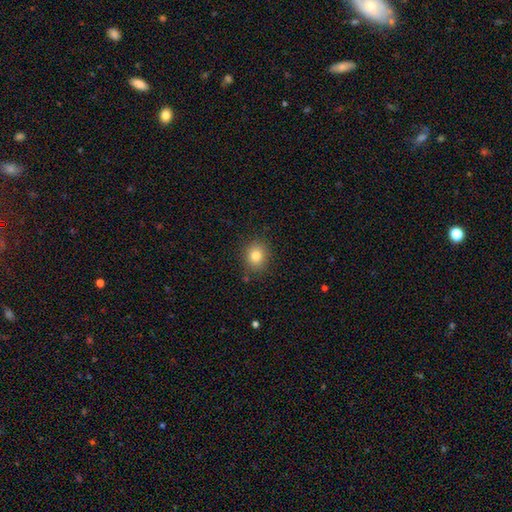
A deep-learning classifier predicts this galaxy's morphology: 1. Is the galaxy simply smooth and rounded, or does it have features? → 81% smooth, 11% star or artifact, 7% featured or disk.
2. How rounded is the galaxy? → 74% round, 25% in between, 1% cigar-shaped.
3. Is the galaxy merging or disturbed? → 86% none, 9% minor disturbance, 3% major disturbance, 1% merger.